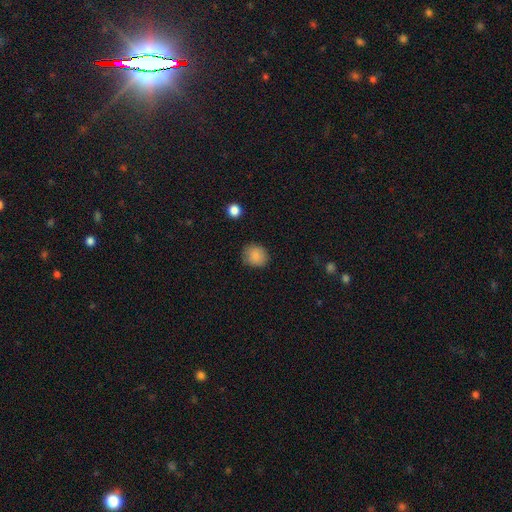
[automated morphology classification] Smooth or featured?
  - smooth: 86% *
  - star or artifact: 10%
  - featured or disk: 5%
How rounded?
  - round: 81% *
  - in between: 18%
  - cigar-shaped: 1%
Merging?
  - none: 83% *
  - minor disturbance: 13%
  - major disturbance: 3%
  - merger: 1%